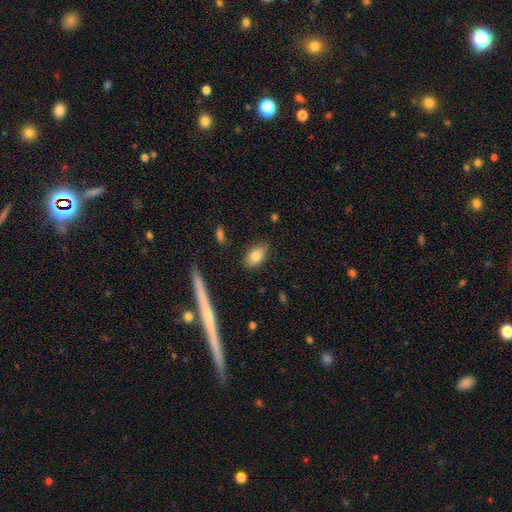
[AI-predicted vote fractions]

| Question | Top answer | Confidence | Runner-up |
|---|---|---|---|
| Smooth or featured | smooth | 81% | featured or disk (12%) |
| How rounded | in between | 88% | round (8%) |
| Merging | none | 82% | minor disturbance (13%) |